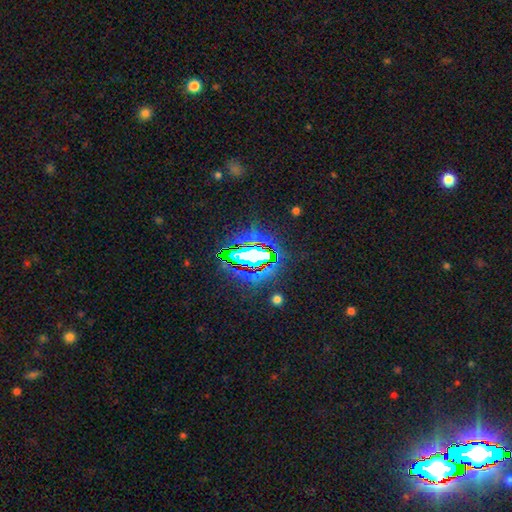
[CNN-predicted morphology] Smooth or featured? Predicted: star or artifact (p=0.71).